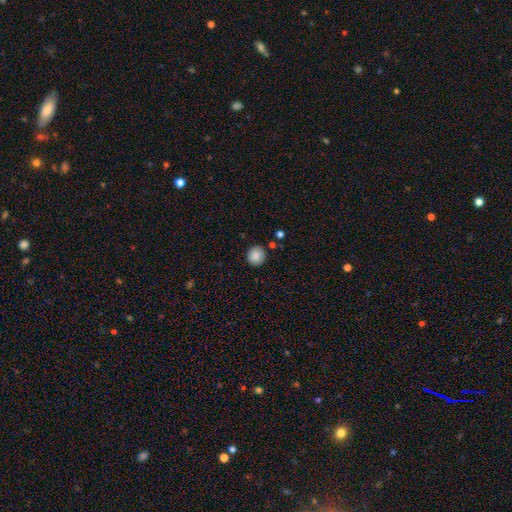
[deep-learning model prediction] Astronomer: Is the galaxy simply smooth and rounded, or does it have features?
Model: smooth — 87%.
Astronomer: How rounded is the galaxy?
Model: round — 89%.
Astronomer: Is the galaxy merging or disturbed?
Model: none — 88%.